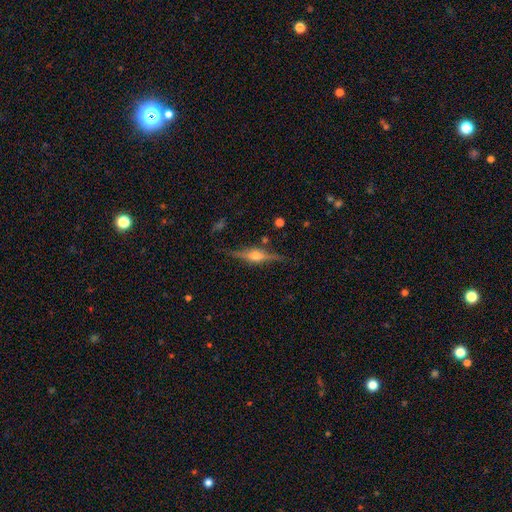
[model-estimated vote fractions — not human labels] smooth-or-featured: featured or disk: 77% | smooth: 15% | star or artifact: 8%
  disk-edge-on: yes: 97% | no: 3%
    edge-on-bulge: rounded: 88% | boxy: 9% | none: 2%
  merging: none: 83% | minor disturbance: 12% | major disturbance: 3% | merger: 2%